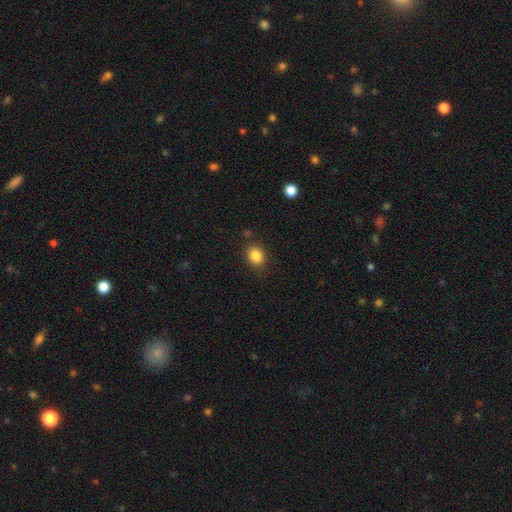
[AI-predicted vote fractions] A smooth galaxy with no disk features (85%) that is round (61%).

Vote fractions:
- Smooth or featured? smooth: 85% / star or artifact: 10% / featured or disk: 5%
- How rounded? round: 61% / in between: 38% / cigar-shaped: 1%
- Merging? none: 85% / minor disturbance: 10% / major disturbance: 3% / merger: 2%